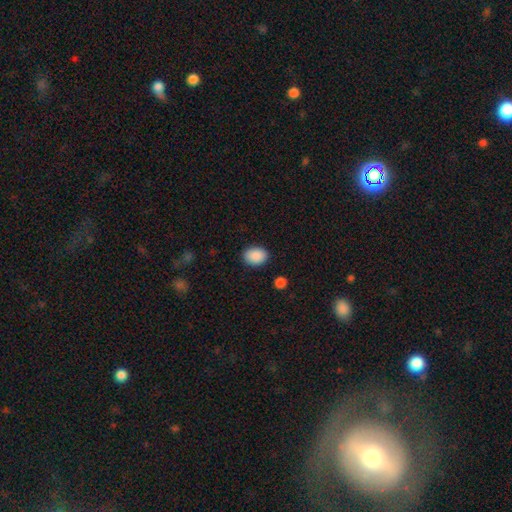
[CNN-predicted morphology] Smooth or featured? smooth (90%)
How rounded? in between (75%)
Merging? none (87%)